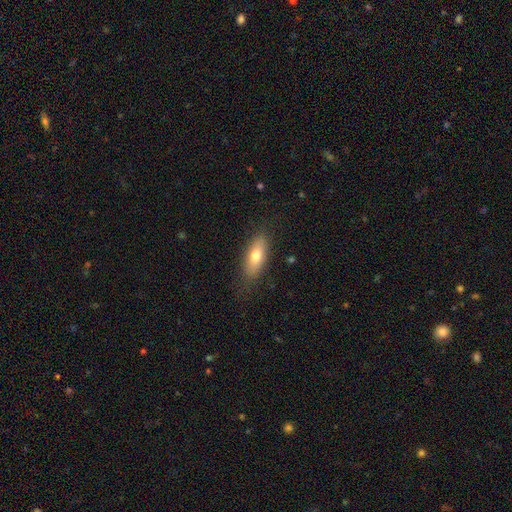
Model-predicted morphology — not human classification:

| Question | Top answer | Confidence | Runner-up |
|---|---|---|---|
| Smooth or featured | smooth | 72% | featured or disk (21%) |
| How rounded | in between | 73% | cigar-shaped (23%) |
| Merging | none | 81% | minor disturbance (14%) |